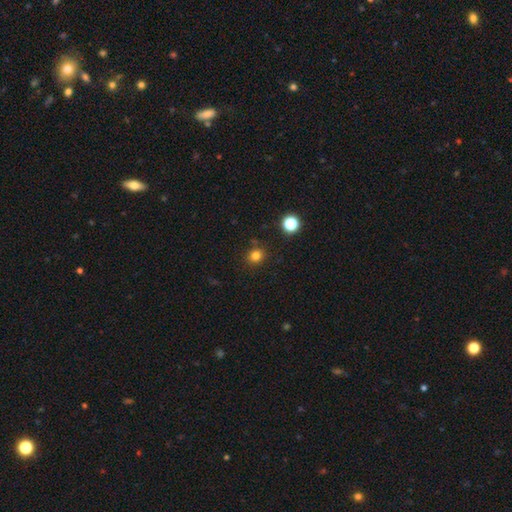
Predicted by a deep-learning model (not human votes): This appears to be a smooth galaxy with no disk features (80%) that is round (85%). Merging: none (86%).